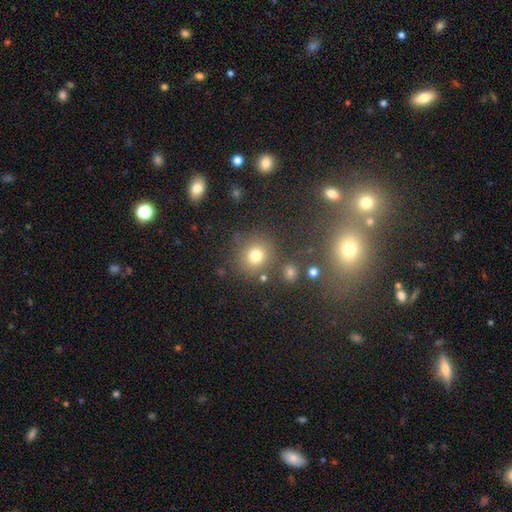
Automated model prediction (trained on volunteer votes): Smooth or featured? Predicted: smooth (p=0.74). How rounded? Predicted: round (p=0.86). Merging? Predicted: none (p=0.76).